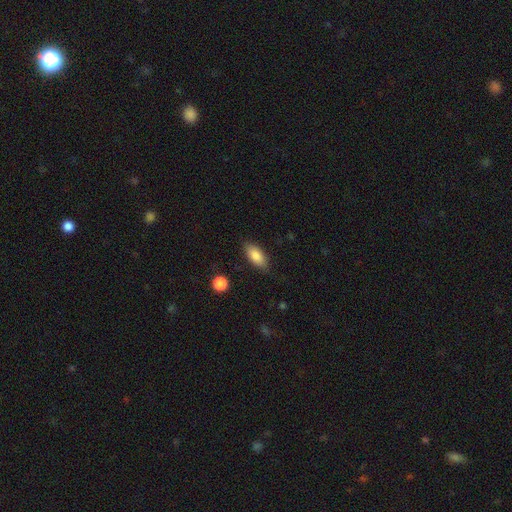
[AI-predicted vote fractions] This appears to be a smooth galaxy with no disk features (83%) that is in between round and cigar-shaped (84%). Merging: none (85%).